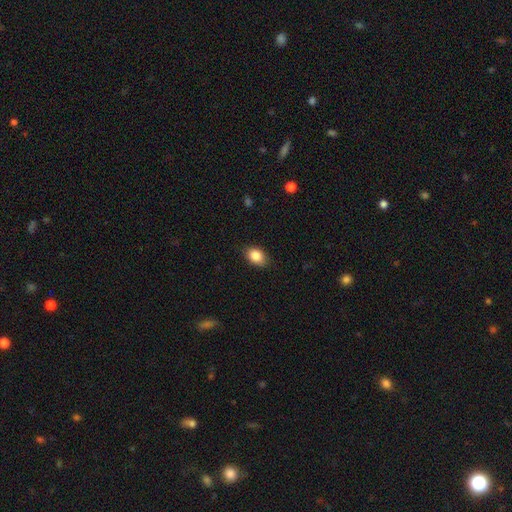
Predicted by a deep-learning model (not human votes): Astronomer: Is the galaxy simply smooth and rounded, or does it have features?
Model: smooth — 86%.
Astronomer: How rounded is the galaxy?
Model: in between — 77%.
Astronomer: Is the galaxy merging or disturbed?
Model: none — 83%.